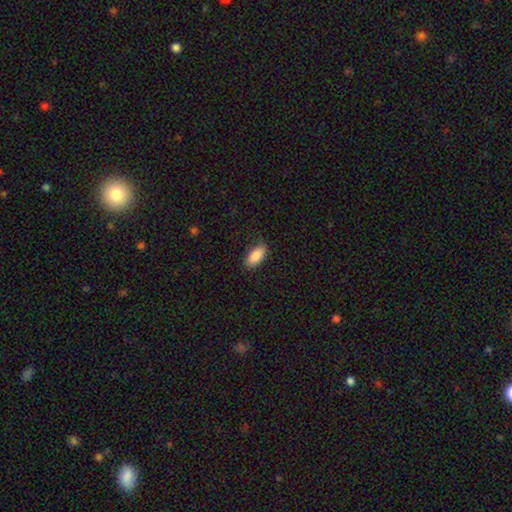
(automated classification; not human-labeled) Smooth or featured?
  - smooth: 88% *
  - star or artifact: 6%
  - featured or disk: 5%
How rounded?
  - in between: 88% *
  - cigar-shaped: 10%
  - round: 2%
Merging?
  - none: 84% *
  - minor disturbance: 12%
  - major disturbance: 3%
  - merger: 1%